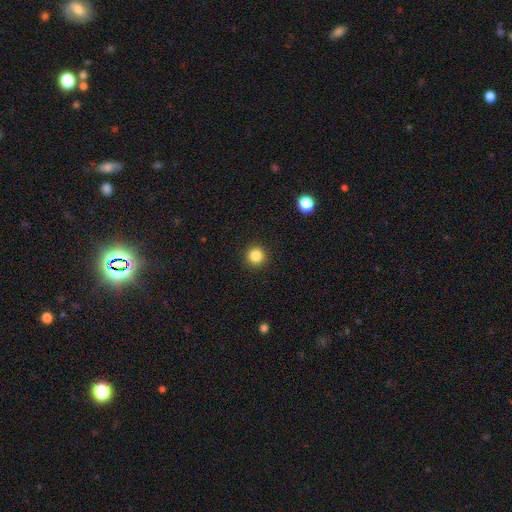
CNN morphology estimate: Smooth or featured? Predicted: smooth (p=0.85). How rounded? Predicted: round (p=0.95). Merging? Predicted: none (p=0.92).